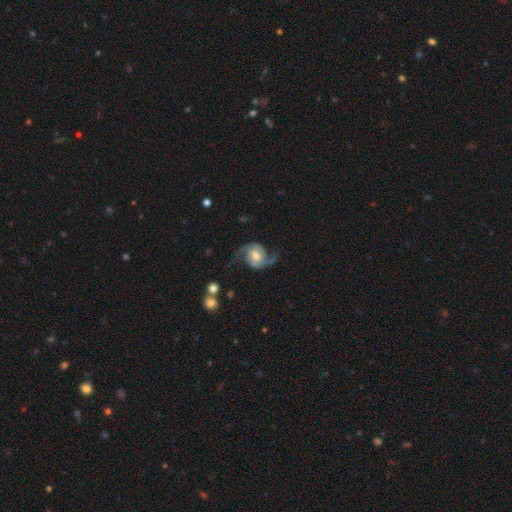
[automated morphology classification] The model was most divided on "spiral winding": medium: 44%, loose: 43%, tight: 13%. More confident: edge-on disk — no (98%); spiral arms — yes (97%); spiral arm count — 2 (93%); smooth or featured — featured or disk (86%); merging — none (71%); bulge size — moderate (69%); bar — no (50%).